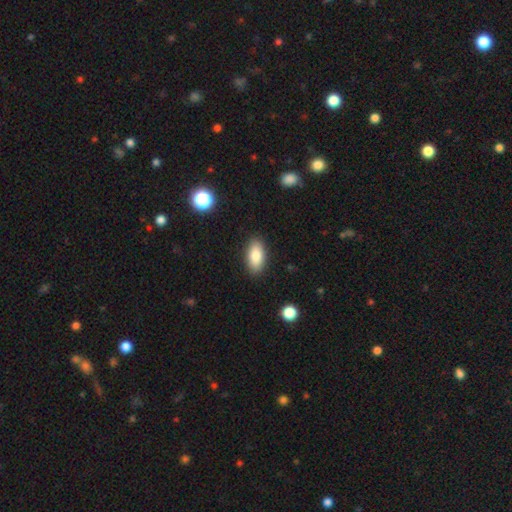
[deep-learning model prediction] This is clearly a smooth galaxy (84%). How rounded: clearly in between (90%). Merging: clearly none (88%).